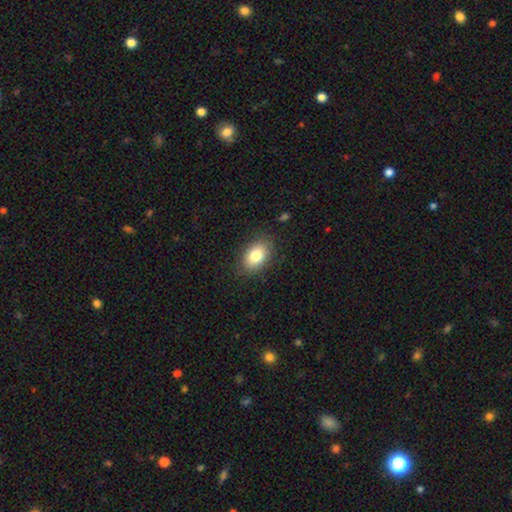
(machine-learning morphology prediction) smooth_or_featured: smooth (p=0.81) [alt: featured or disk p=0.10]
how_rounded: in between (p=0.85) [alt: round p=0.14]
merging: none (p=0.84) [alt: minor disturbance p=0.11]